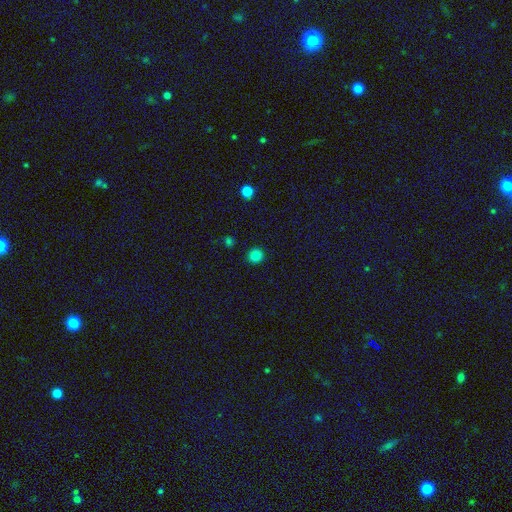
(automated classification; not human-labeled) This appears to be a smooth galaxy with no disk features (83%) that is round (92%). Merging: none (92%).